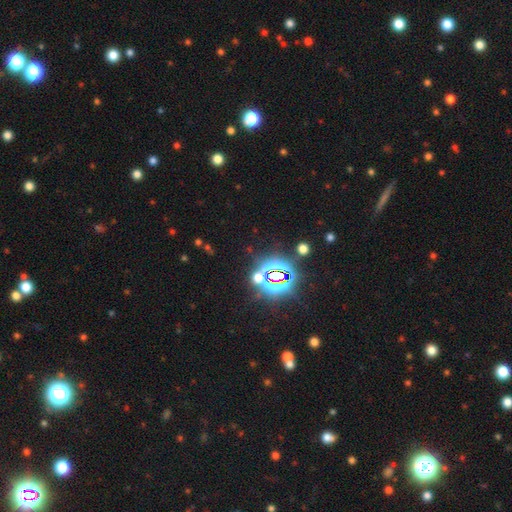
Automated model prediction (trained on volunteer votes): Q: Smooth or featured?
A: star or artifact (83%); runner-up: smooth (10%)